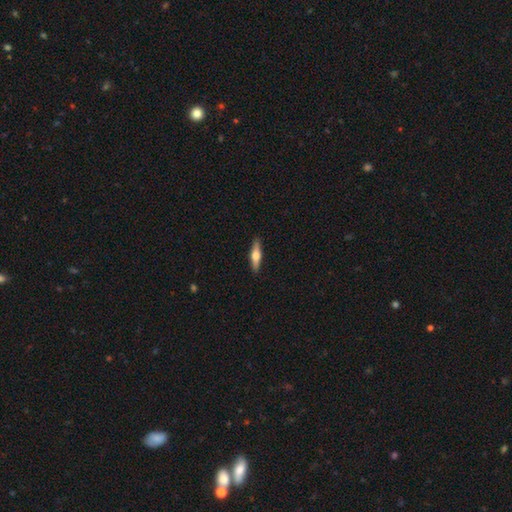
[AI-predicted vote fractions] Smooth or featured?
  - featured or disk: 52% *
  - smooth: 42%
  - star or artifact: 5%
Edge-on disk?
  - yes: 95% *
  - no: 5%
Merging?
  - none: 91% *
  - minor disturbance: 7%
  - major disturbance: 1%
  - merger: 1%